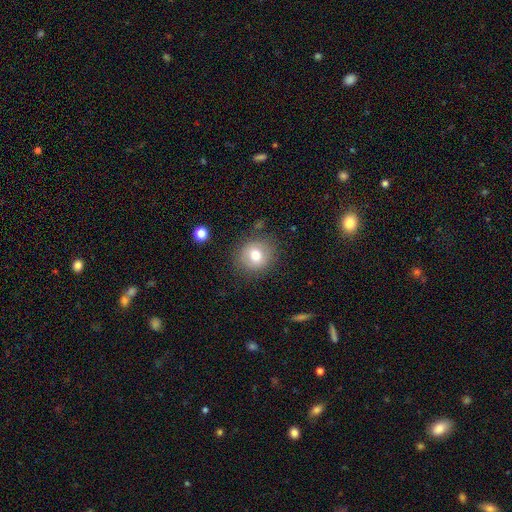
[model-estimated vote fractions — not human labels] This is likely a smooth galaxy (73%). How rounded: clearly round (82%). Merging: clearly none (86%).